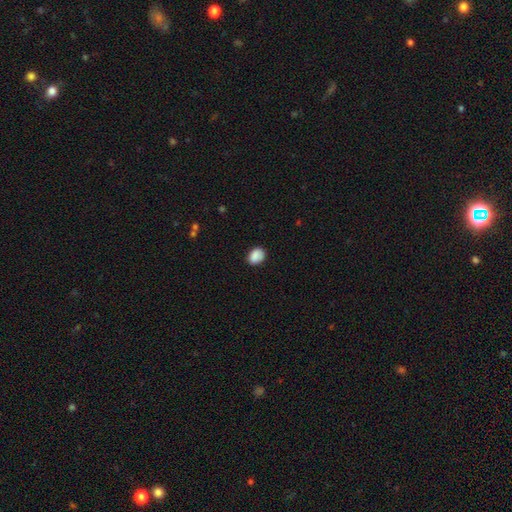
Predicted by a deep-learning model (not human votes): Q: Smooth or featured?
A: smooth (88%); runner-up: star or artifact (8%)
Q: How rounded?
A: in between (65%); runner-up: round (34%)
Q: Merging?
A: none (82%); runner-up: minor disturbance (14%)